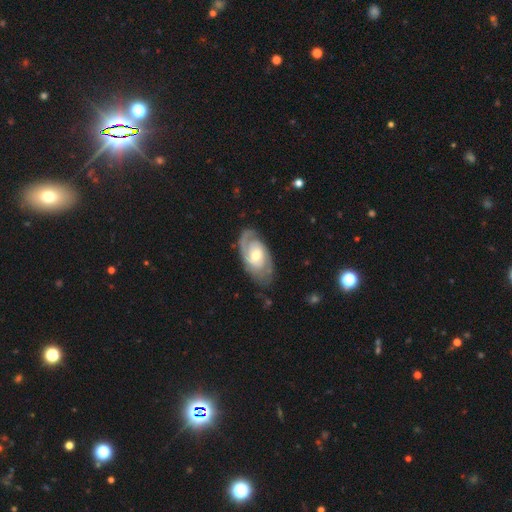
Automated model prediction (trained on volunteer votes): The model was most divided on "bar": no: 50%, weak: 40%, strong: 9%. More confident: edge-on disk — no (95%); spiral arms — yes (92%); smooth or featured — featured or disk (80%); merging — none (72%); bulge size — moderate (62%); spiral arm count — 2 (62%); spiral winding — tight (53%).